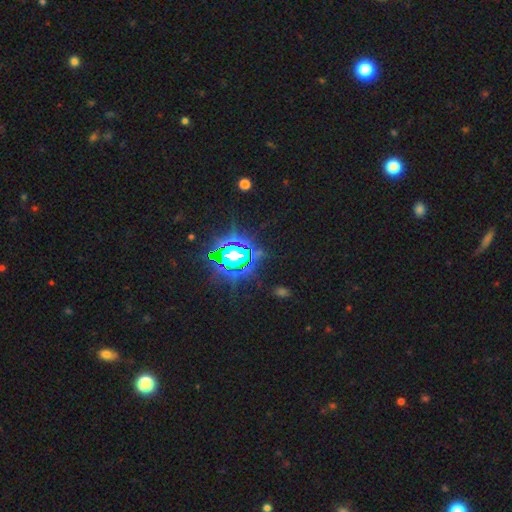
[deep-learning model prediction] Overall: star or artifact (84%).